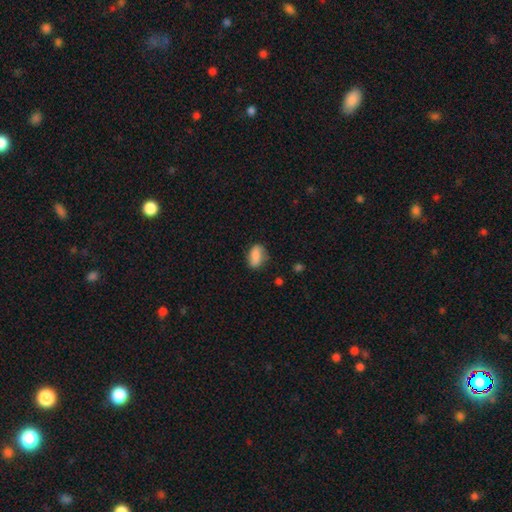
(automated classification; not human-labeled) This appears to be a smooth galaxy with no disk features (78%) that is in between round and cigar-shaped (85%). Merging: none (67%).